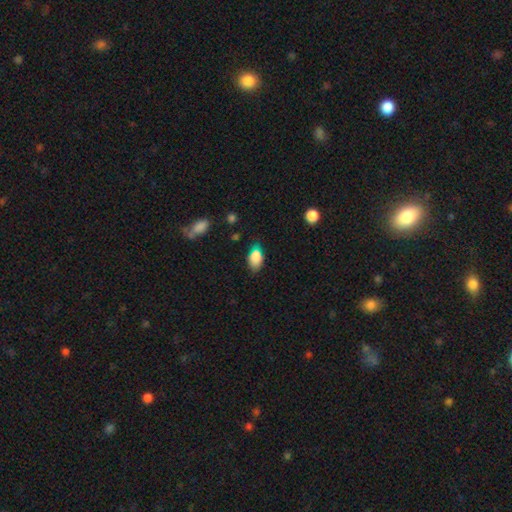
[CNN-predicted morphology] Smooth or featured: smooth — 83% (star or artifact — 10%)
How rounded: in between — 91% (round — 7%)
Merging: none — 67% (minor disturbance — 24%)